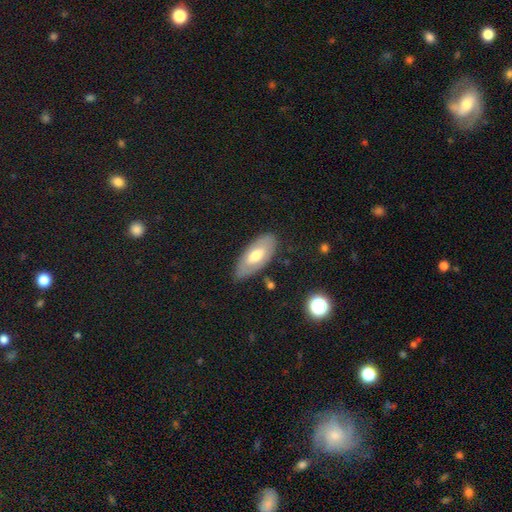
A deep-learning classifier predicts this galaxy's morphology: smooth_or_featured: smooth (p=0.56) [alt: featured or disk p=0.37]
how_rounded: in between (p=0.89) [alt: cigar-shaped p=0.09]
merging: none (p=0.78) [alt: minor disturbance p=0.16]